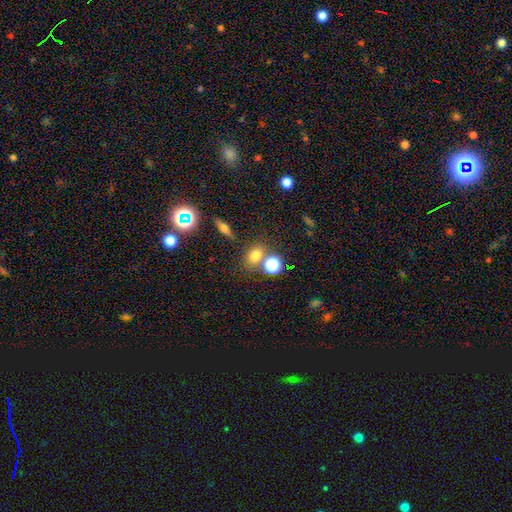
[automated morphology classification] Smooth or featured: smooth — 71% (star or artifact — 19%)
How rounded: round — 52% (in between — 46%)
Merging: none — 63% (merger — 21%)